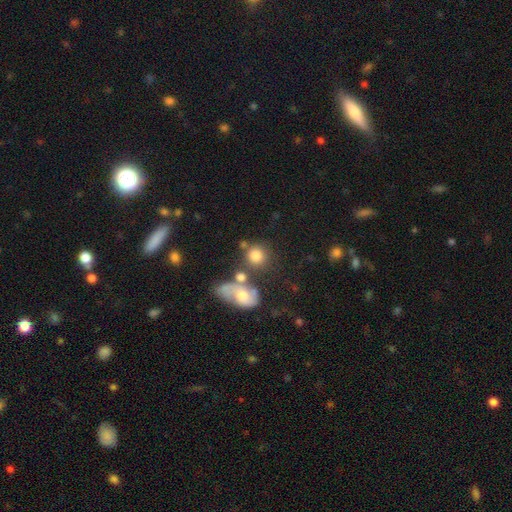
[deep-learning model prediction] Smooth or featured?
  - smooth: 75% *
  - featured or disk: 14%
  - star or artifact: 11%
How rounded?
  - round: 79% *
  - in between: 19%
  - cigar-shaped: 2%
Merging?
  - none: 52% *
  - merger: 27%
  - minor disturbance: 13%
  - major disturbance: 8%